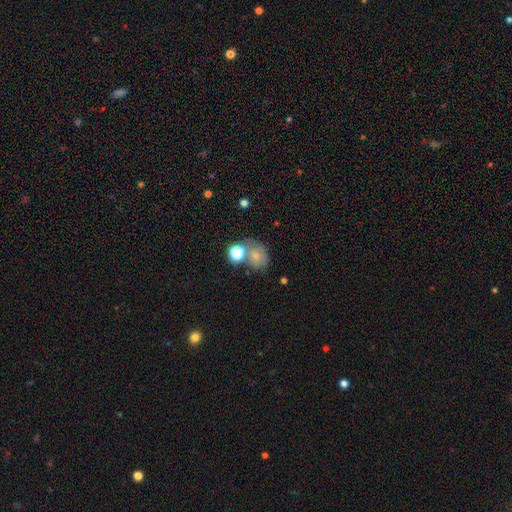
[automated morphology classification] Q: Smooth or featured?
A: smooth (68%); runner-up: featured or disk (16%)
Q: How rounded?
A: round (59%); runner-up: in between (40%)
Q: Merging?
A: none (42%); runner-up: merger (29%)